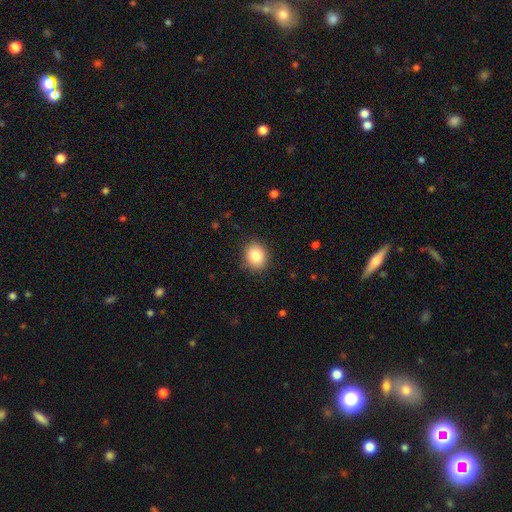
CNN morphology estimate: Smooth or featured?
  - smooth: 84% *
  - star or artifact: 9%
  - featured or disk: 7%
How rounded?
  - round: 71% *
  - in between: 28%
  - cigar-shaped: 1%
Merging?
  - none: 89% *
  - minor disturbance: 8%
  - major disturbance: 2%
  - merger: 1%